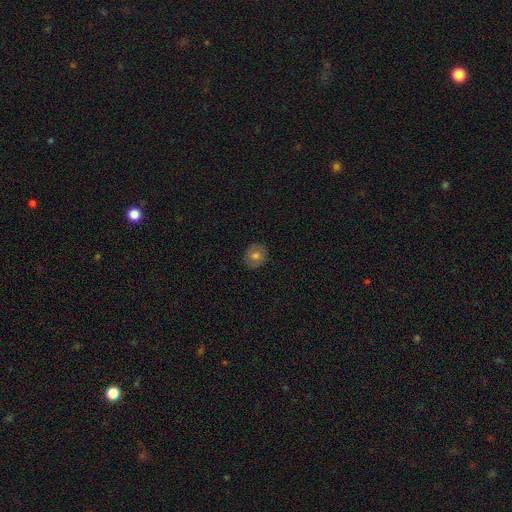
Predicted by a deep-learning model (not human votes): The model was most divided on "smooth or featured": smooth: 71%, featured or disk: 18%, star or artifact: 11%. More confident: merging — none (87%); how rounded — round (82%).